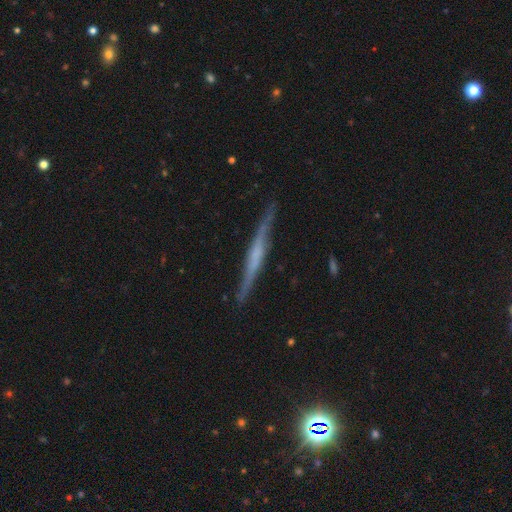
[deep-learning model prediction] Q: Smooth or featured?
A: featured or disk (71%); runner-up: smooth (22%)
Q: Edge-on disk?
A: yes (96%); runner-up: no (4%)
Q: Edge-on bulge?
A: none (47%); runner-up: rounded (28%)
Q: Merging?
A: none (86%); runner-up: minor disturbance (11%)